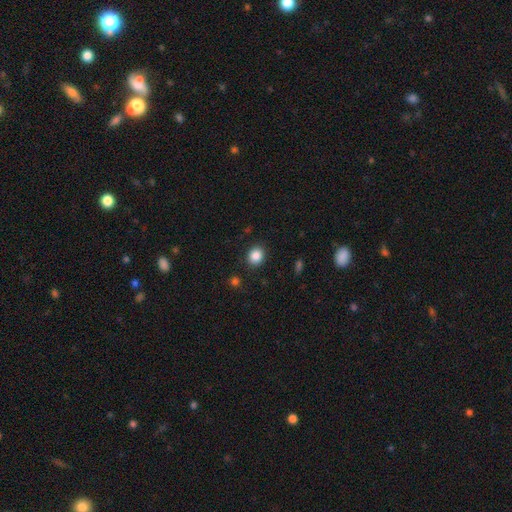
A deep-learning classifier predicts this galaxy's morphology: Smooth or featured?
  - smooth: 86% *
  - star or artifact: 10%
  - featured or disk: 4%
How rounded?
  - round: 72% *
  - in between: 27%
  - cigar-shaped: 1%
Merging?
  - none: 89% *
  - minor disturbance: 7%
  - major disturbance: 2%
  - merger: 1%